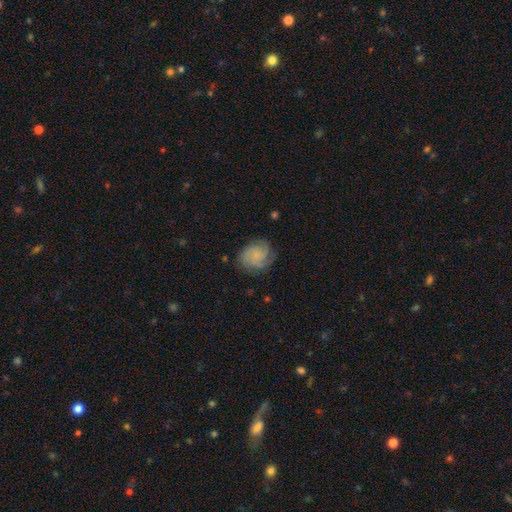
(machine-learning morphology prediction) Smooth or featured? smooth (47%)
Merging? none (71%)